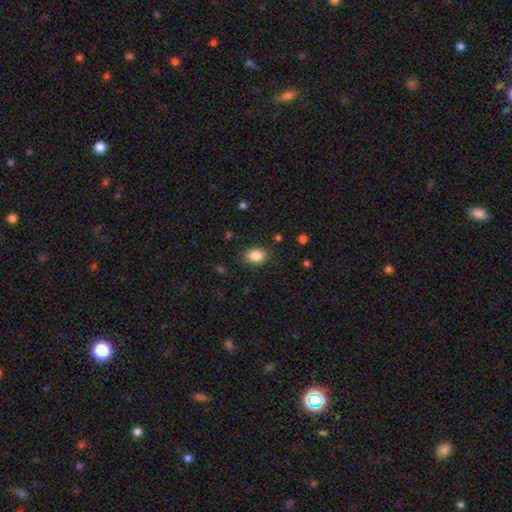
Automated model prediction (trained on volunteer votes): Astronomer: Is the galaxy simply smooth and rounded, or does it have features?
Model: smooth — 86%.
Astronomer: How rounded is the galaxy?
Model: in between — 70%.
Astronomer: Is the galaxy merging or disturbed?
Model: none — 84%.